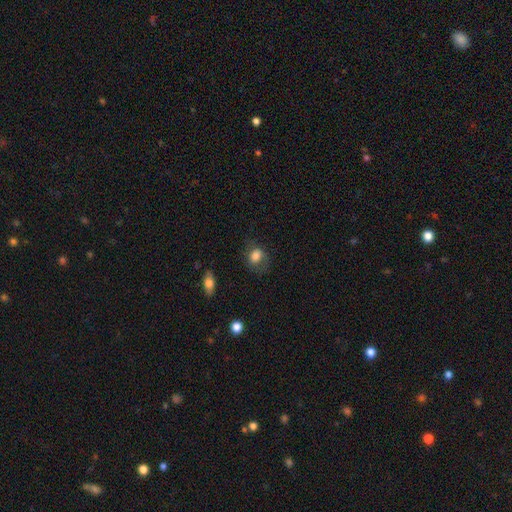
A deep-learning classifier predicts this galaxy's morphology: This is likely a smooth galaxy (78%). How rounded: possibly in between (57%). Merging: possibly none (52%).